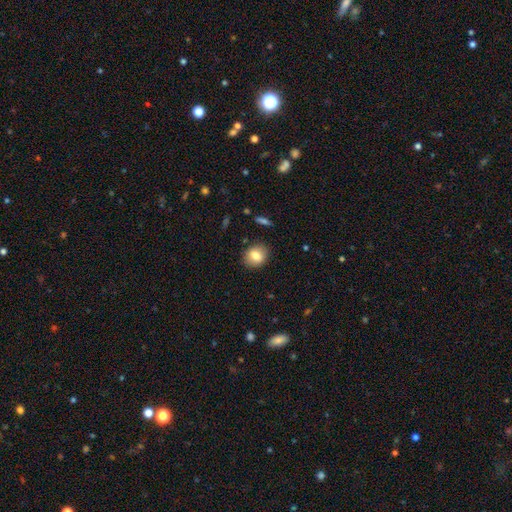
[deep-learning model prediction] This is likely a smooth galaxy (77%). How rounded: possibly round (59%). Merging: clearly none (87%).